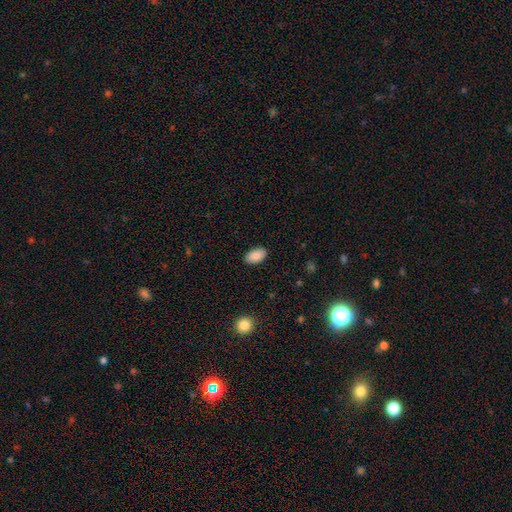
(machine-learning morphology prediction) Smooth or featured: smooth — 90% (star or artifact — 7%)
How rounded: in between — 94% (round — 4%)
Merging: none — 89% (minor disturbance — 8%)